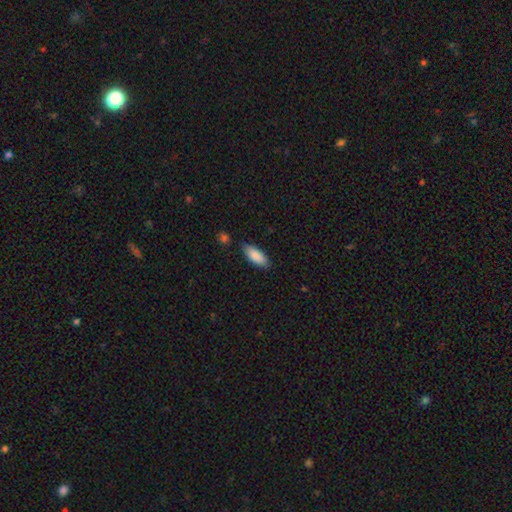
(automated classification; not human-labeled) A smooth galaxy with no disk features (88%) that is in between round and cigar-shaped (82%). Merging: none (79%).